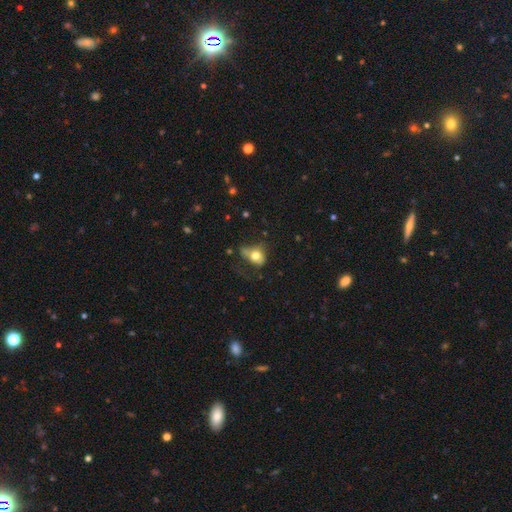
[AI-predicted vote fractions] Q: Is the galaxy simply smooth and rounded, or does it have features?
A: smooth — 68%.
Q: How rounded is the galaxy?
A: in between — 62%.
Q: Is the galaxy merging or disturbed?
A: major disturbance — 35%.